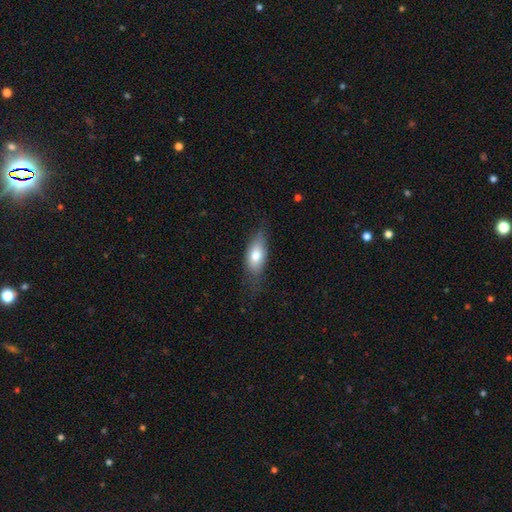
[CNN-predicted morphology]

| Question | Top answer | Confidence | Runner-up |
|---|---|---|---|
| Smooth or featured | smooth | 72% | featured or disk (21%) |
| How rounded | in between | 82% | cigar-shaped (13%) |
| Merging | none | 65% | minor disturbance (26%) |